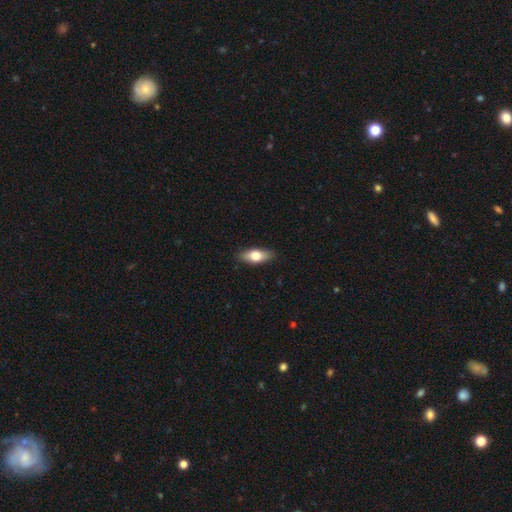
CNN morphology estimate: Smooth or featured? Predicted: smooth (p=0.69). How rounded? Predicted: in between (p=0.76). Merging? Predicted: none (p=0.89).